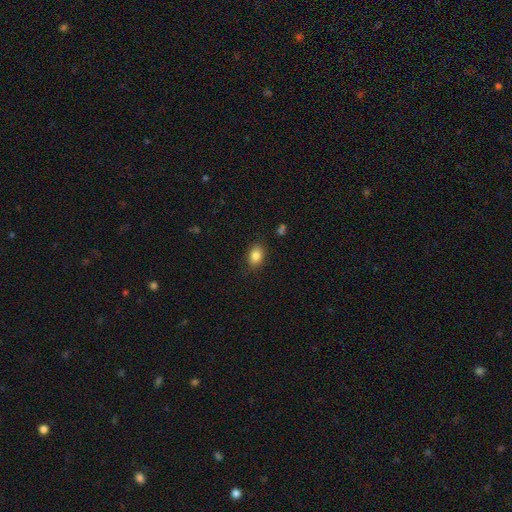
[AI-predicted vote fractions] Morphology: type=smooth (85%); roundness=in between (76%); merging=none (86%).